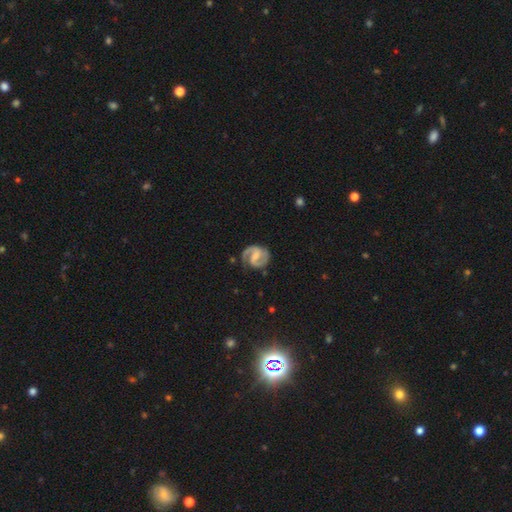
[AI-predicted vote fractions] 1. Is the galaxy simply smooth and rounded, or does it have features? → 88% featured or disk, 7% smooth, 4% star or artifact.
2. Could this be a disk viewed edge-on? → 98% no, 2% yes.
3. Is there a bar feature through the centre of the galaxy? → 50% weak, 31% strong, 19% no.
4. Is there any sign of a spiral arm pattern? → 97% yes, 3% no.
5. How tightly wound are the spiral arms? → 55% medium, 30% tight, 15% loose.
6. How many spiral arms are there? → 90% 2, 4% 1, 3% can't tell, 1% 3, 1% 4, 1% more than 4.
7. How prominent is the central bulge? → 41% small, 31% moderate, 23% none, 3% large, 1% dominant.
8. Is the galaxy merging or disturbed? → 76% none, 16% minor disturbance, 6% major disturbance, 2% merger.